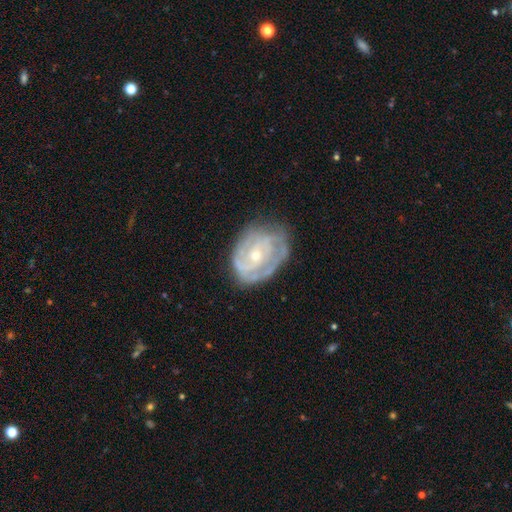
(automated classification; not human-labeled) The model was most divided on "spiral arm count": can't tell: 36%, 2: 31%, 3: 17%, 1: 6%, 4: 6%, more than 4: 4%. More confident: edge-on disk — no (97%); spiral arms — yes (88%); smooth or featured — featured or disk (81%); bar — no (66%); spiral winding — tight (64%); merging — none (63%); bulge size — small (63%).